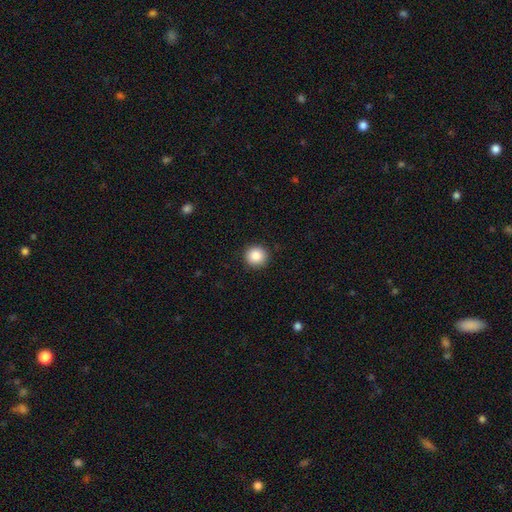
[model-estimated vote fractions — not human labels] Smooth or featured: smooth — 87% (star or artifact — 9%)
How rounded: round — 93% (in between — 6%)
Merging: none — 92% (minor disturbance — 6%)